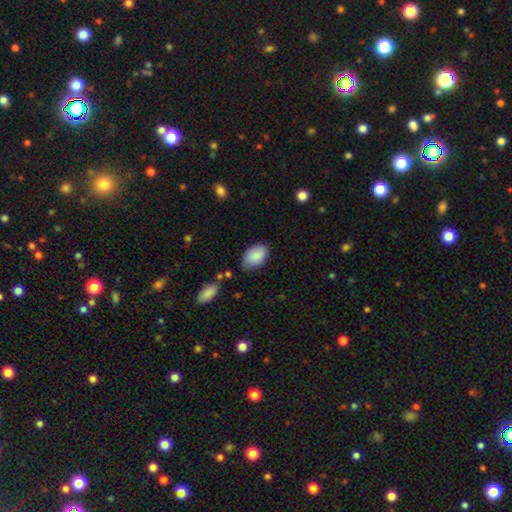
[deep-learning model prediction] Smooth or featured? Predicted: smooth (p=0.87). How rounded? Predicted: in between (p=0.90). Merging? Predicted: none (p=0.70).